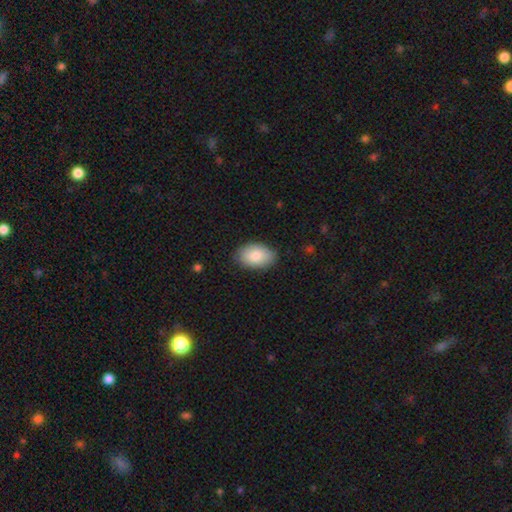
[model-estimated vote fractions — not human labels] This is clearly a smooth galaxy (85%). How rounded: clearly in between (92%). Merging: clearly none (84%).